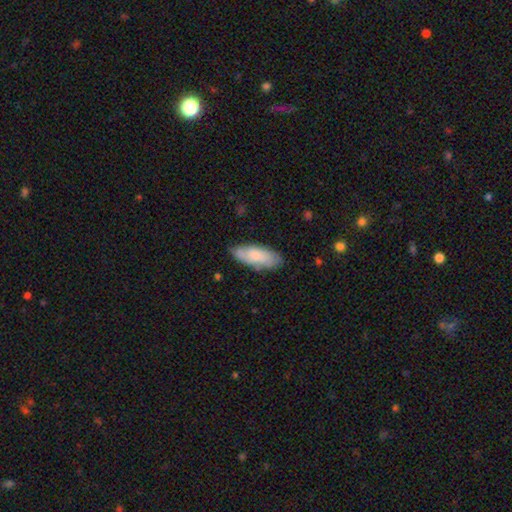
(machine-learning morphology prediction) This is likely a smooth galaxy (75%). How rounded: likely in between (75%). Merging: likely none (74%).